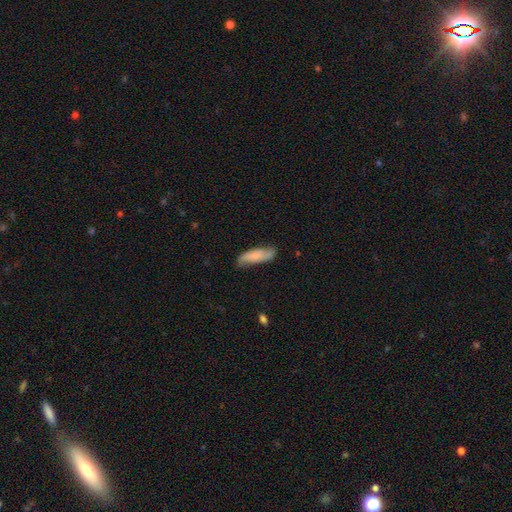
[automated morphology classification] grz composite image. It shows a smooth galaxy with no disk features (61%) that is in between round and cigar-shaped (51%). Merging: none (70%).